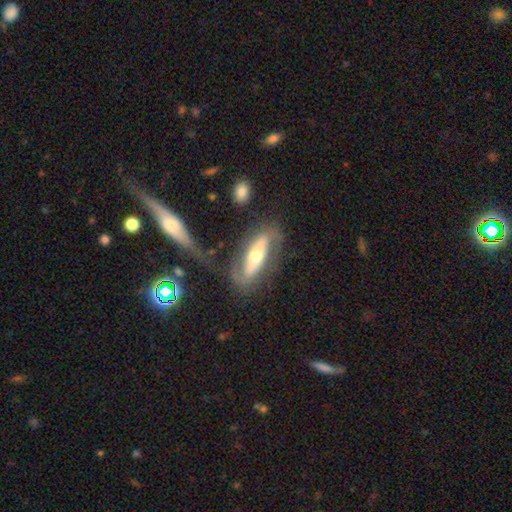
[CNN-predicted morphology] Smooth or featured: featured or disk — 70% (smooth — 25%)
Edge-on disk: no — 77% (yes — 23%)
Bar: no — 42% (strong — 36%)
Spiral arms: yes — 76% (no — 24%)
Bulge size: moderate — 63% (small — 24%)
Merging: none — 56% (minor disturbance — 19%)